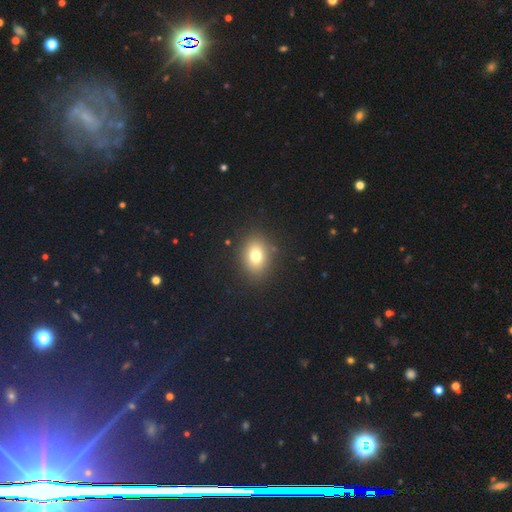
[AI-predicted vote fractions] This appears to be a smooth galaxy with no disk features (76%) that is in between round and cigar-shaped (62%). Merging: none (87%).